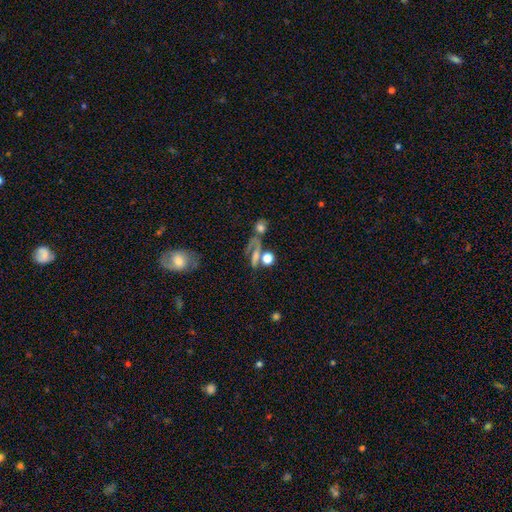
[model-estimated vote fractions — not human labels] Smooth or featured? smooth (38%)
Merging? none (42%)